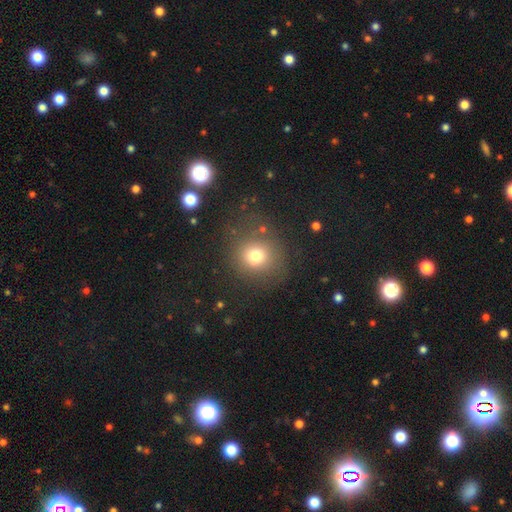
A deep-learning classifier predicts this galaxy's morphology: smooth-or-featured: smooth: 74% | star or artifact: 16% | featured or disk: 10%
  how-rounded: round: 85% | in between: 14% | cigar-shaped: 1%
  merging: none: 76% | minor disturbance: 13% | major disturbance: 8% | merger: 3%